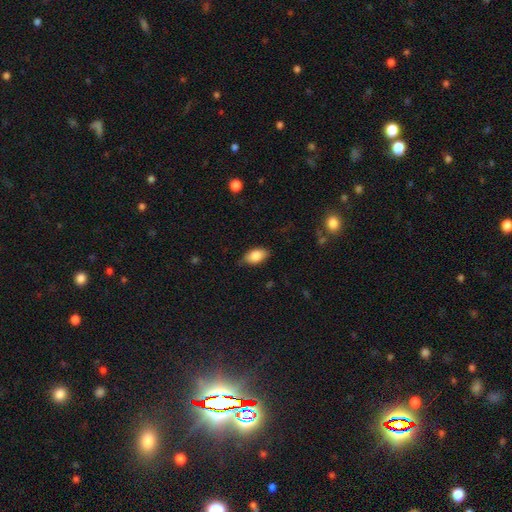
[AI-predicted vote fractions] Overall: smooth (84%). How rounded: in between (92%). Merging: none (77%).